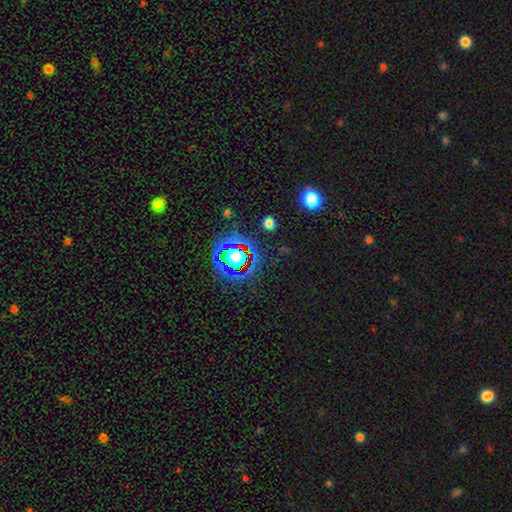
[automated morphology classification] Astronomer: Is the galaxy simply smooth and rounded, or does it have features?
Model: star or artifact — 80%.